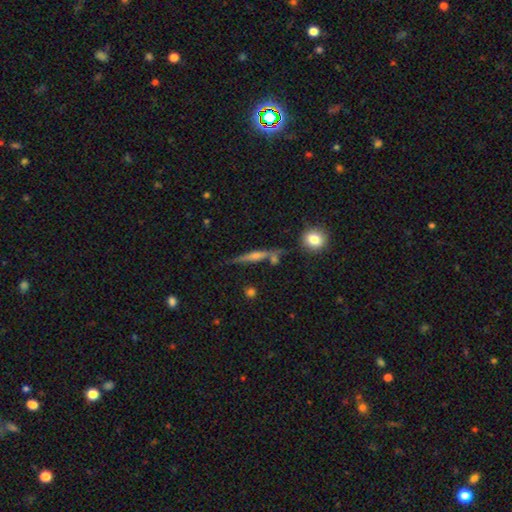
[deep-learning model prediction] featured or disk 56%, smooth 26%, star or artifact 19%. Down the decision tree: edge-on disk — yes (90%); merging — none (77%).